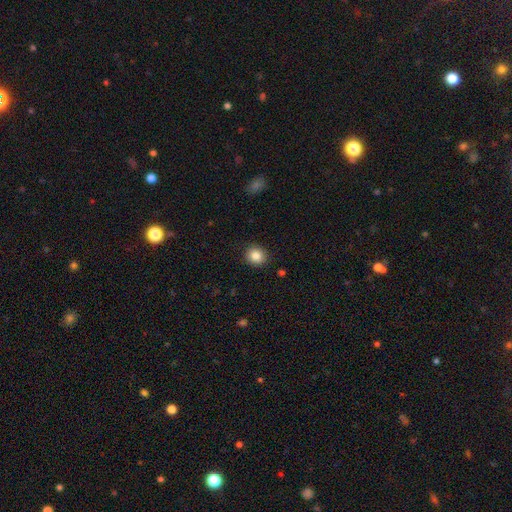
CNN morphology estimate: Smooth or featured: smooth — 85% (star or artifact — 10%)
How rounded: round — 86% (in between — 13%)
Merging: none — 91% (minor disturbance — 6%)